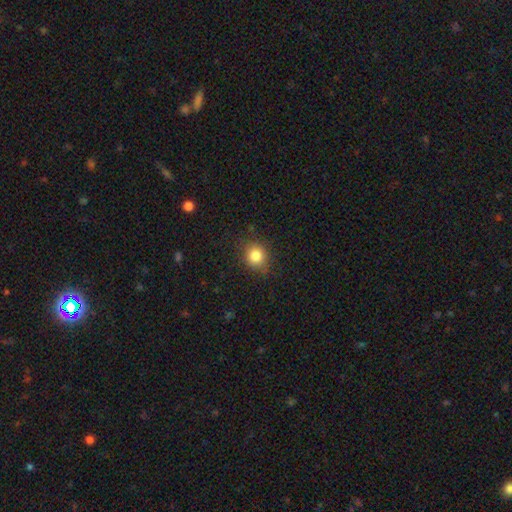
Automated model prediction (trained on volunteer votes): A smooth galaxy with no disk features (83%) that is round (85%). Merging: none (84%).